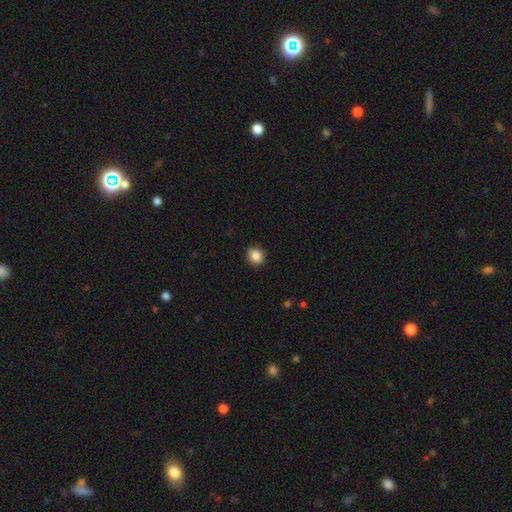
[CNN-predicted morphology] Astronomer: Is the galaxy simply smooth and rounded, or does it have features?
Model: smooth — 86%.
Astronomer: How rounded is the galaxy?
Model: round — 78%.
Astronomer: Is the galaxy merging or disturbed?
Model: none — 82%.